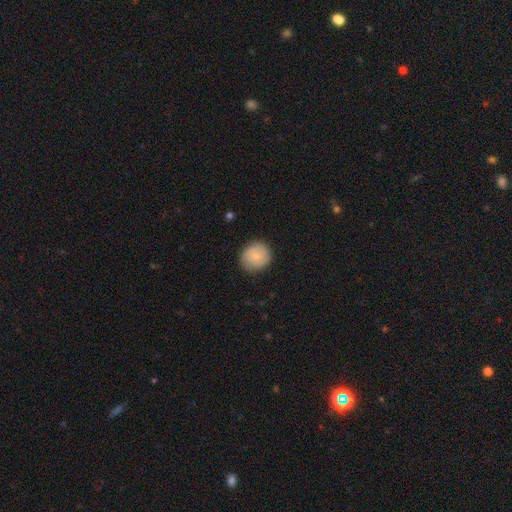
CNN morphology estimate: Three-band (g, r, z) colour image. It shows a smooth galaxy with no disk features (73%) that is round (89%). Merging: none (83%).